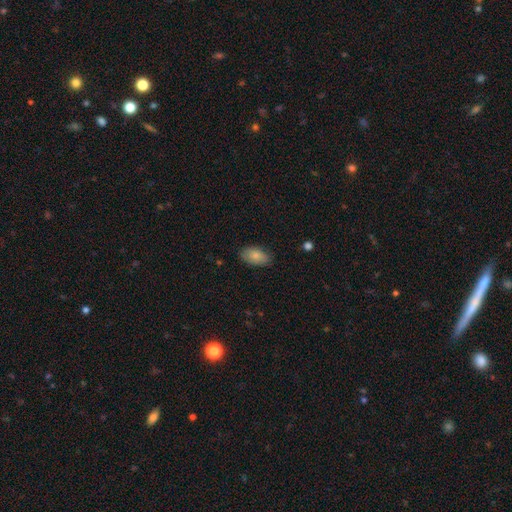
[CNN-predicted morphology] A smooth galaxy with no disk features (84%) that is in between round and cigar-shaped (93%).

Vote fractions:
- Smooth or featured? smooth: 84% / featured or disk: 9% / star or artifact: 7%
- How rounded? in between: 93% / round: 5% / cigar-shaped: 2%
- Merging? none: 82% / minor disturbance: 14% / major disturbance: 3% / merger: 1%